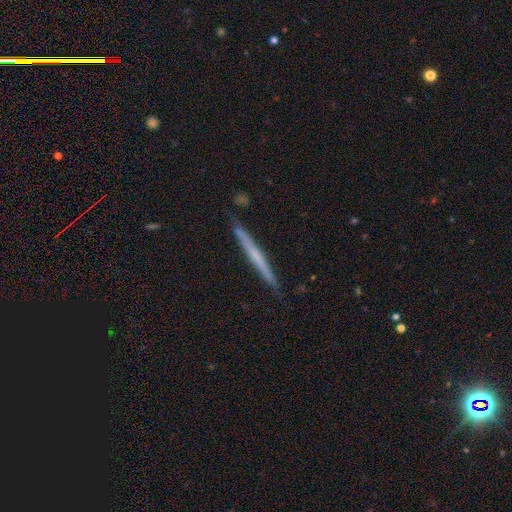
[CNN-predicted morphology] smooth_or_featured: featured or disk (p=0.54) [alt: smooth p=0.40]
disk_edge_on: yes (p=0.97) [alt: no p=0.03]
edge_on_bulge: none (p=0.77) [alt: rounded p=0.18]
merging: none (p=0.89) [alt: minor disturbance p=0.08]